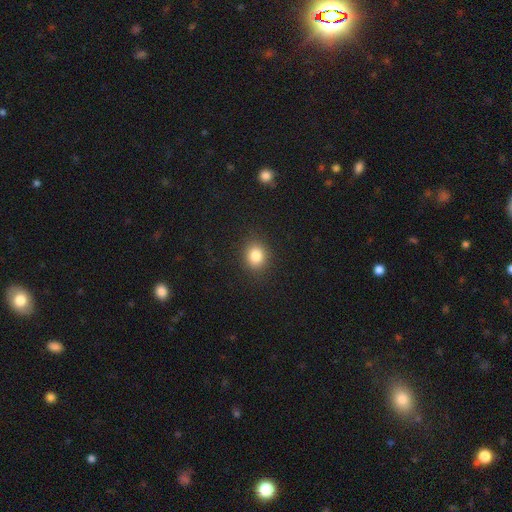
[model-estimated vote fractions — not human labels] smooth_or_featured: smooth (p=0.83) [alt: star or artifact p=0.11]
how_rounded: round (p=0.71) [alt: in between p=0.28]
merging: none (p=0.88) [alt: minor disturbance p=0.08]